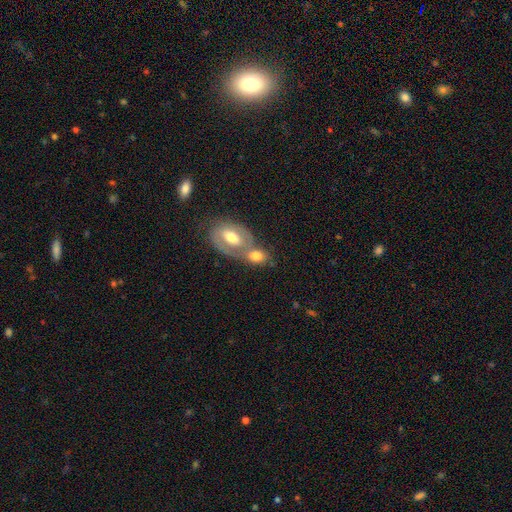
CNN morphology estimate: A smooth galaxy with no disk features (58%) that is in between round and cigar-shaped (73%).

Vote fractions:
- Smooth or featured? smooth: 58% / featured or disk: 35% / star or artifact: 7%
- How rounded? in between: 73% / round: 25% / cigar-shaped: 3%
- Merging? merger: 58% / none: 27% / minor disturbance: 10% / major disturbance: 5%